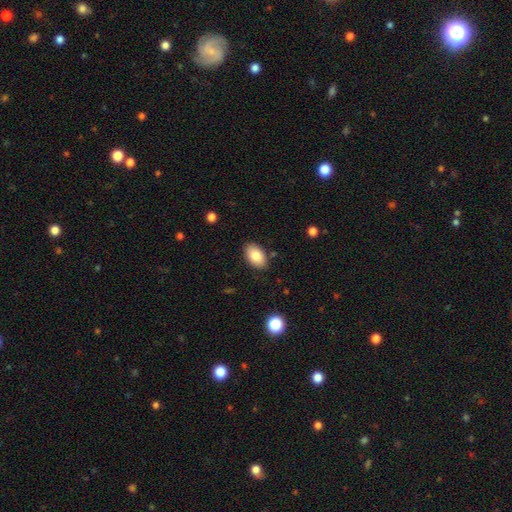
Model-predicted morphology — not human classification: type=smooth (84%); roundness=in between (92%); merging=none (85%).